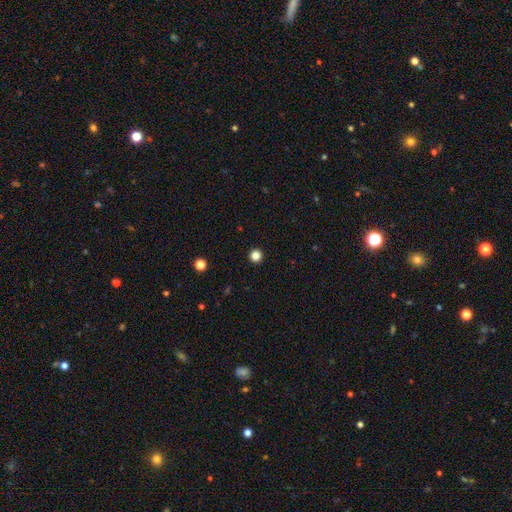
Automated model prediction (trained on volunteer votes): Q: Smooth or featured?
A: smooth (84%); runner-up: star or artifact (12%)
Q: How rounded?
A: round (96%); runner-up: in between (3%)
Q: Merging?
A: none (94%); runner-up: minor disturbance (3%)